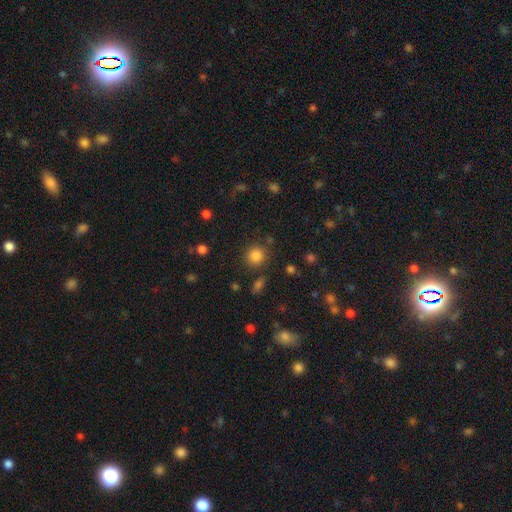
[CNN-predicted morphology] Smooth or featured?
  - smooth: 83% *
  - star or artifact: 12%
  - featured or disk: 5%
How rounded?
  - round: 90% *
  - in between: 9%
  - cigar-shaped: 1%
Merging?
  - none: 85% *
  - minor disturbance: 8%
  - merger: 4%
  - major disturbance: 3%